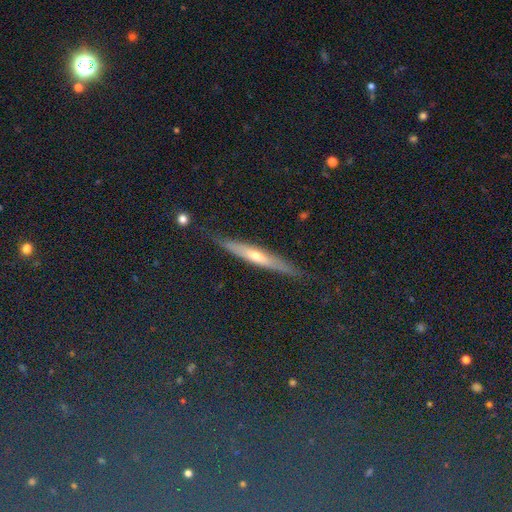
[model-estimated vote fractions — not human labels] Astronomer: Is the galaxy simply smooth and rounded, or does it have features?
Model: featured or disk — 34%, tied with smooth at 34%.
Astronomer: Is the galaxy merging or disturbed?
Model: none — 86%.